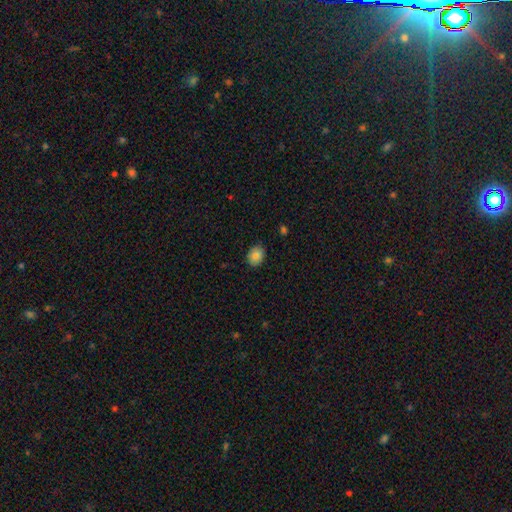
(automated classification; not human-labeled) A smooth galaxy with no disk features (84%) that is in between round and cigar-shaped (53%).

Vote fractions:
- Smooth or featured? smooth: 84% / star or artifact: 9% / featured or disk: 8%
- How rounded? in between: 53% / round: 46% / cigar-shaped: 1%
- Merging? none: 85% / minor disturbance: 12% / major disturbance: 2% / merger: 1%